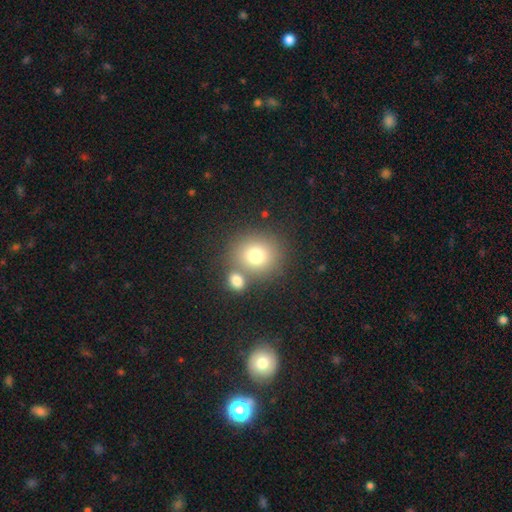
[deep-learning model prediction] smooth_or_featured: smooth (p=0.76) [alt: star or artifact p=0.12]
how_rounded: round (p=0.84) [alt: in between p=0.15]
merging: none (p=0.63) [alt: merger p=0.25]